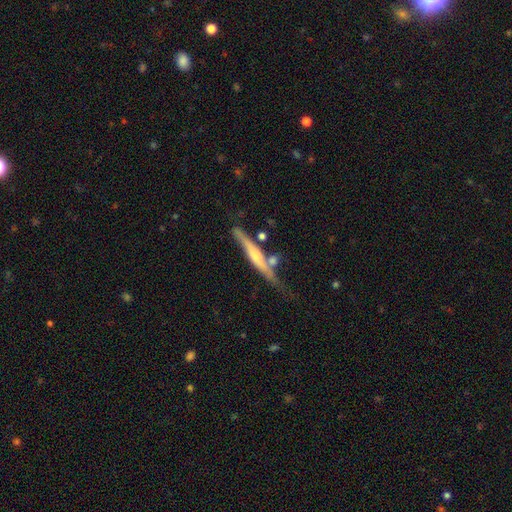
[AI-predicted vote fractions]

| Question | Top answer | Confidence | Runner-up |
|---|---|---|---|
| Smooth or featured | featured or disk | 65% | smooth (29%) |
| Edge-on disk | yes | 93% | no (7%) |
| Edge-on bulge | rounded | 68% | none (23%) |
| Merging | none | 60% | minor disturbance (21%) |